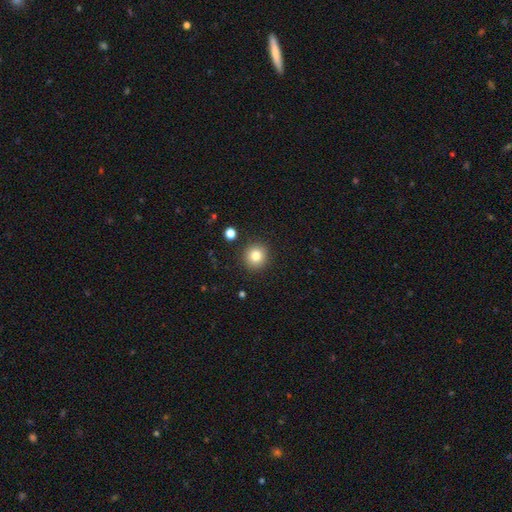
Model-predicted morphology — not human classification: Smooth or featured?
  - smooth: 82% *
  - star or artifact: 11%
  - featured or disk: 7%
How rounded?
  - round: 92% *
  - in between: 7%
  - cigar-shaped: 1%
Merging?
  - none: 89% *
  - minor disturbance: 6%
  - major disturbance: 2%
  - merger: 2%